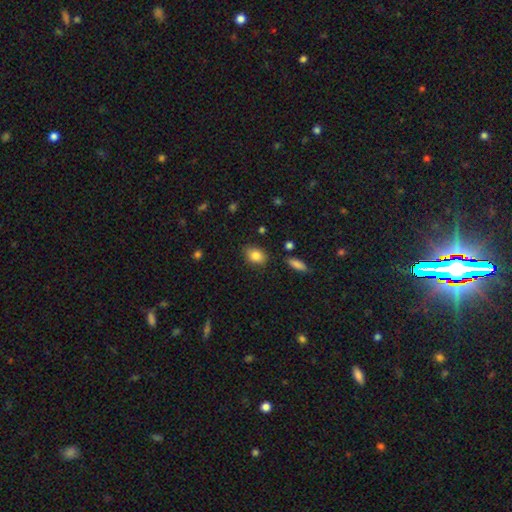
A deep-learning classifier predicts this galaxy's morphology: Overall: smooth (84%). How rounded: in between (75%). Merging: none (82%).